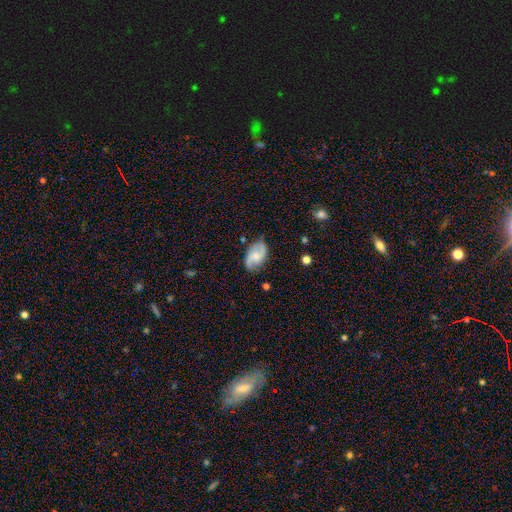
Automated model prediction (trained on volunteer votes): A featured or disk galaxy (72%) with no bar (53%), 2 (90%) loose (45%) spiral arms (95%) and a small central bulge (46%). Merging: none (76%).